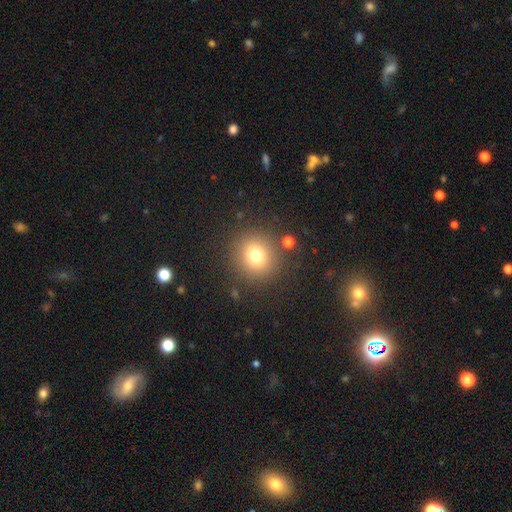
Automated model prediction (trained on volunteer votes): Smooth or featured: smooth — 75% (star or artifact — 15%)
How rounded: round — 92% (in between — 7%)
Merging: none — 86% (minor disturbance — 7%)